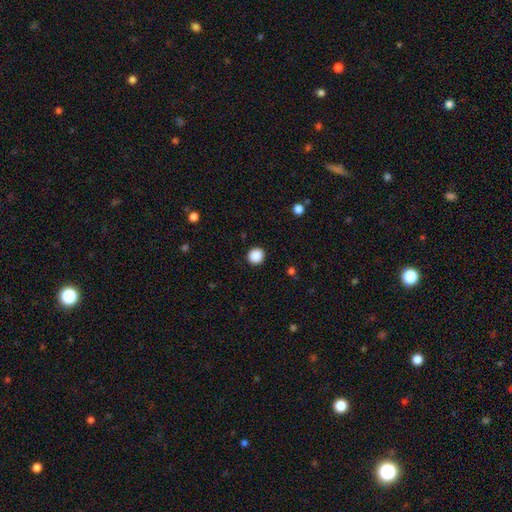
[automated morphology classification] A smooth galaxy with no disk features (89%) that is round (92%).

Vote fractions:
- Smooth or featured? smooth: 89% / star or artifact: 9% / featured or disk: 2%
- How rounded? round: 92% / in between: 7% / cigar-shaped: 1%
- Merging? none: 92% / minor disturbance: 5% / major disturbance: 2% / merger: 1%